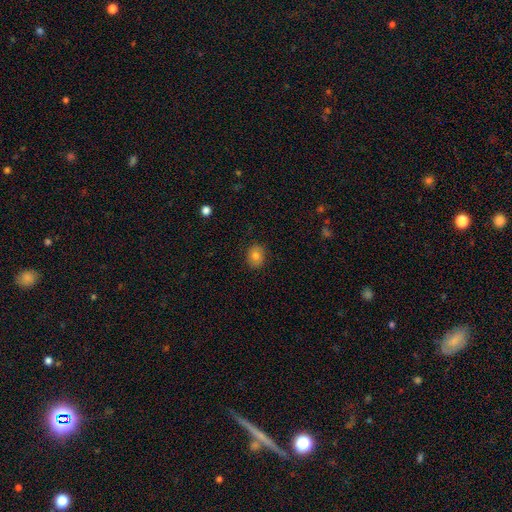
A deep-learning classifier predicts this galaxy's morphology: Smooth or featured? smooth (78%)
How rounded? round (62%)
Merging? none (86%)